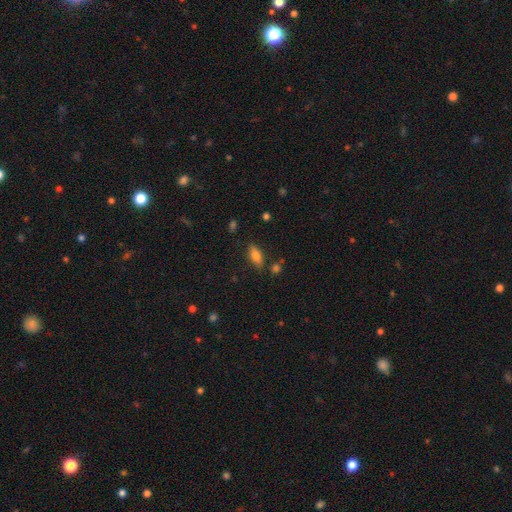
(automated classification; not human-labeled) A smooth galaxy with no disk features (75%) that is in between round and cigar-shaped (76%). Merging: none (80%).